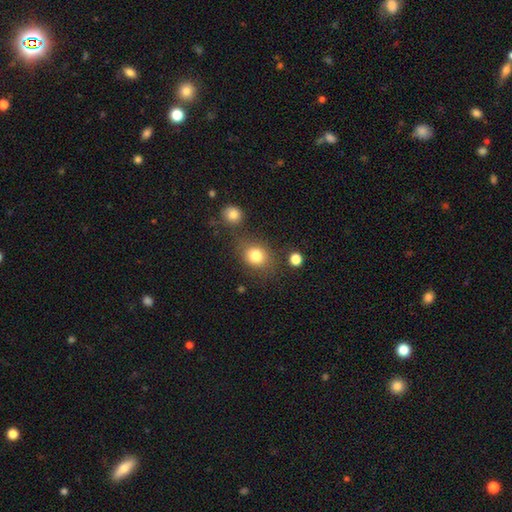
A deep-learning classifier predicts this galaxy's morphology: This appears to be a smooth galaxy with no disk features (80%) that is round (69%). Merging: none (70%).